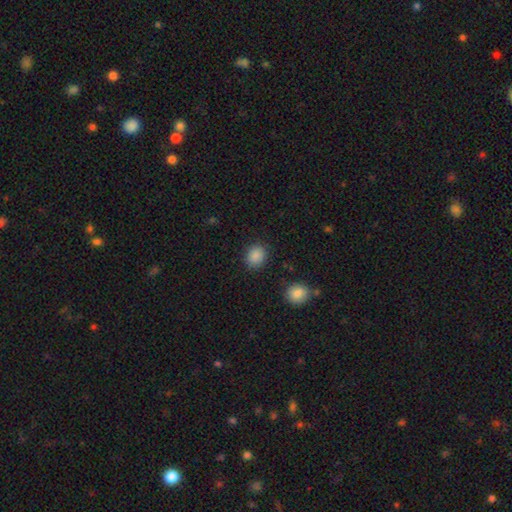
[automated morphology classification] This appears to be a smooth galaxy with no disk features (88%) that is round (69%). Merging: none (87%).